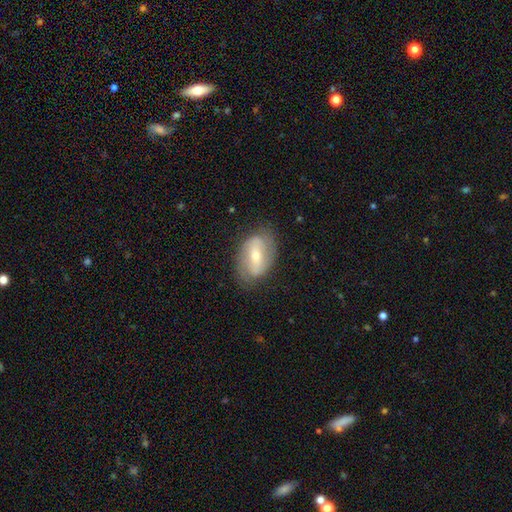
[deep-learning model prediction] Smooth or featured? featured or disk (61%)
Edge-on disk? no (92%)
Bar? strong (48%)
Spiral arms? yes (63%)
Bulge size? moderate (50%)
Merging? none (75%)